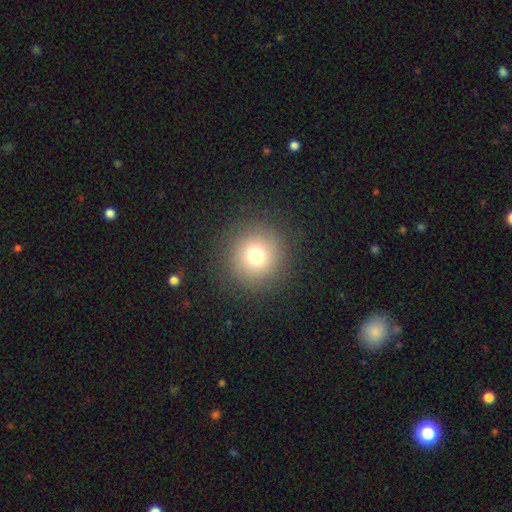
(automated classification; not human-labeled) Morphology: type=smooth (73%); roundness=round (95%); merging=none (87%).